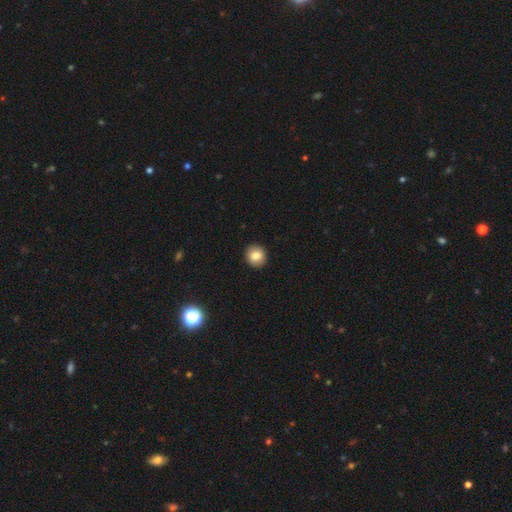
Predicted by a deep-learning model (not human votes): The model was most divided on "smooth or featured": smooth: 83%, star or artifact: 9%, featured or disk: 7%. More confident: merging — none (93%); how rounded — round (88%).